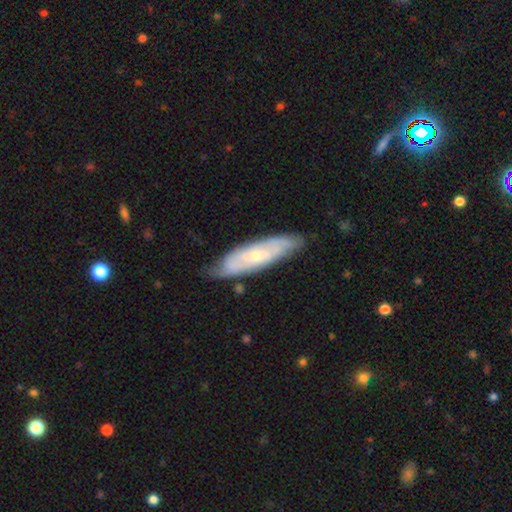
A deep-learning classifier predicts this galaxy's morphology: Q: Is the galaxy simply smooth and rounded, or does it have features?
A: featured or disk — 64%.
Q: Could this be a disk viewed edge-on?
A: no — 71%.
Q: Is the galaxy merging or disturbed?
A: none — 74%.